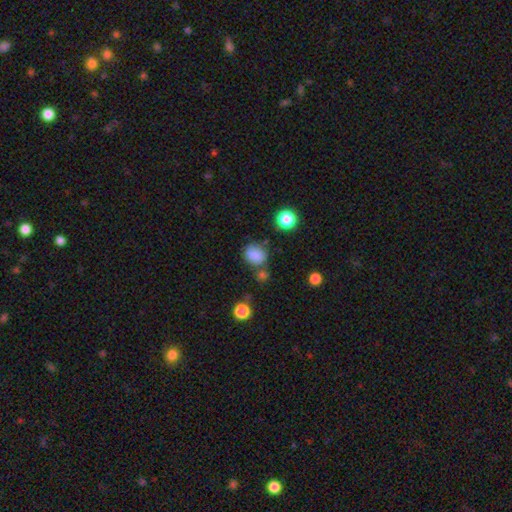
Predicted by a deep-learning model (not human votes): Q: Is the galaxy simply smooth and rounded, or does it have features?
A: smooth — 82%.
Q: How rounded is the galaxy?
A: round — 58%.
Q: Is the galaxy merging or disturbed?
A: none — 66%.